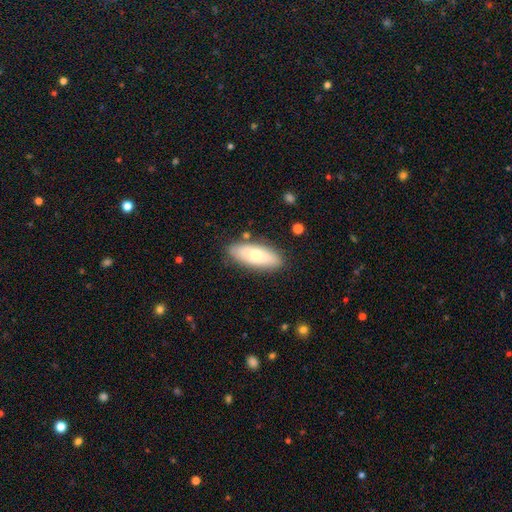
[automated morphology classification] This appears to be a smooth galaxy with no disk features (67%) that is in between round and cigar-shaped (76%). Merging: none (83%).